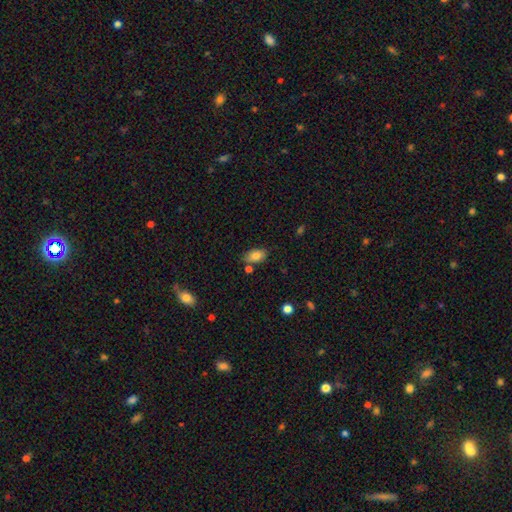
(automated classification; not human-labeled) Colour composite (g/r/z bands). It shows a smooth galaxy with no disk features (83%) that is in between round and cigar-shaped (91%). Merging: none (72%).